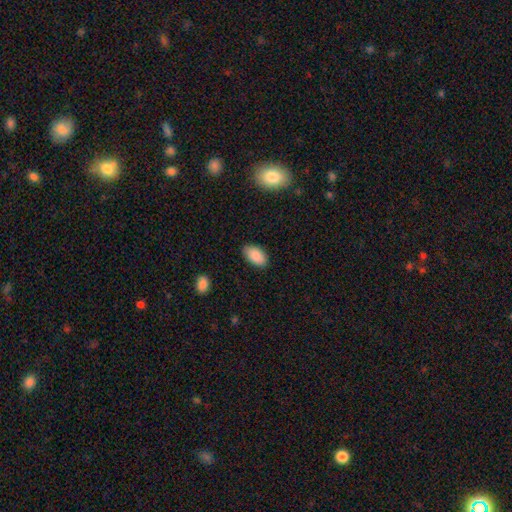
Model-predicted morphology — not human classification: Q: Smooth or featured?
A: smooth (89%); runner-up: star or artifact (7%)
Q: How rounded?
A: in between (94%); runner-up: round (4%)
Q: Merging?
A: none (85%); runner-up: minor disturbance (12%)